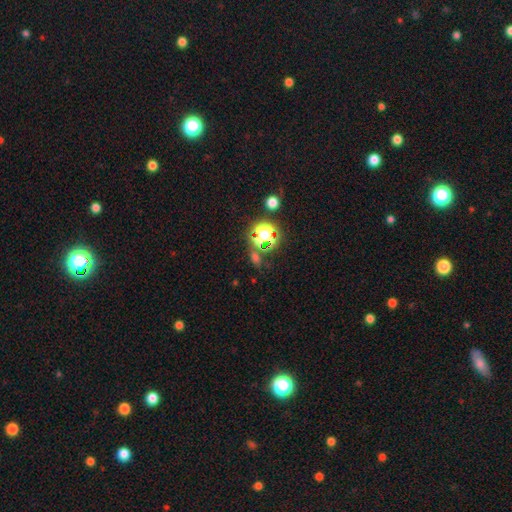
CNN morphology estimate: A star or artifact, not a galaxy (68%).

Vote fractions:
- Smooth or featured? star or artifact: 68% / smooth: 24% / featured or disk: 9%